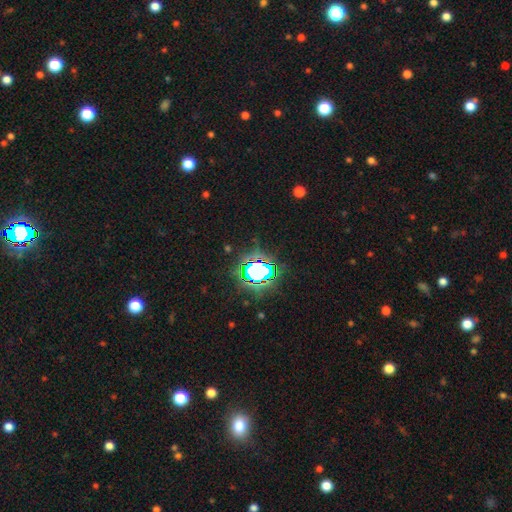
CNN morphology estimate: The model was most divided on "smooth or featured": star or artifact: 79%, smooth: 13%, featured or disk: 8%.